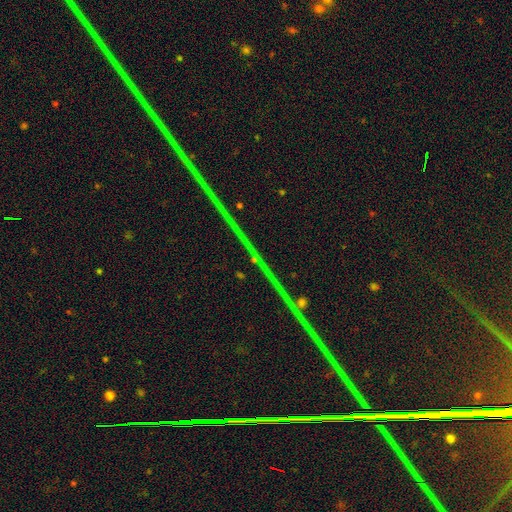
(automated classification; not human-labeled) star or artifact 89%, featured or disk 6%, smooth 4%.